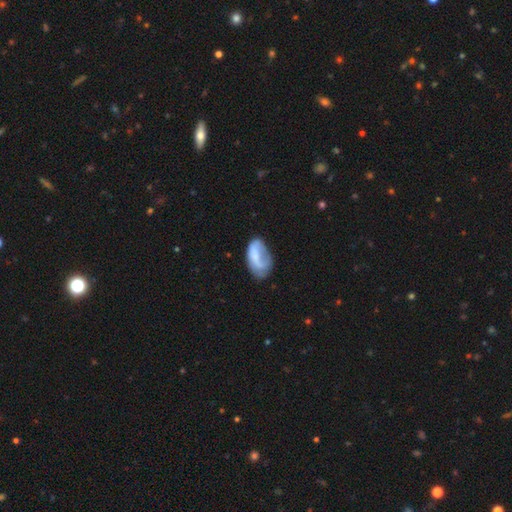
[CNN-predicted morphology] A smooth galaxy with no disk features (62%) that is in between round and cigar-shaped (93%).

Vote fractions:
- Smooth or featured? smooth: 62% / featured or disk: 31% / star or artifact: 7%
- How rounded? in between: 93% / round: 4% / cigar-shaped: 3%
- Merging? none: 40% / minor disturbance: 32% / major disturbance: 25% / merger: 4%